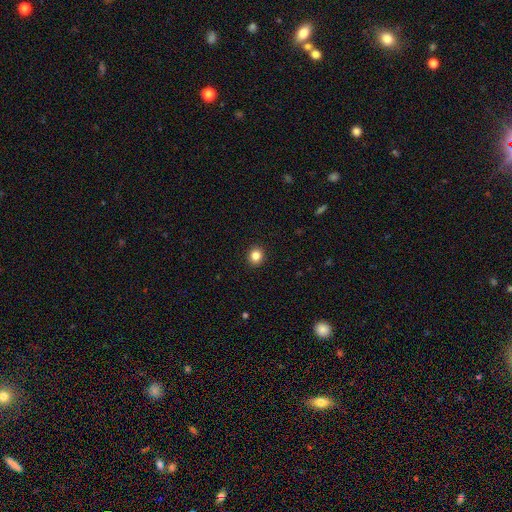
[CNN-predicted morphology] This appears to be a smooth galaxy with no disk features (84%) that is round (84%). Merging: none (93%).